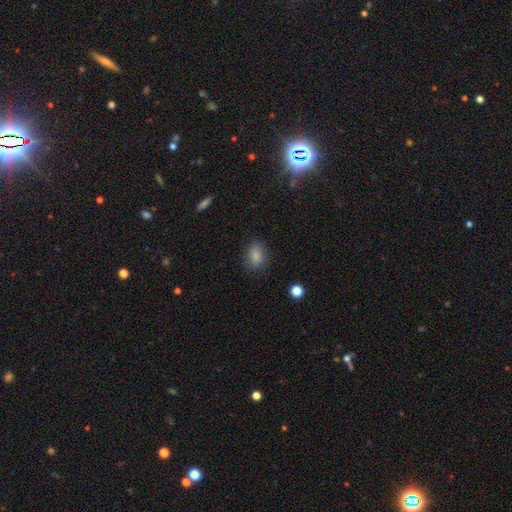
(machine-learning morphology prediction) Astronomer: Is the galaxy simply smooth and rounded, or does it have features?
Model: smooth — 84%.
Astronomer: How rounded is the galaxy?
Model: in between — 69%.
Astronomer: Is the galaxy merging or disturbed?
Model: none — 80%.